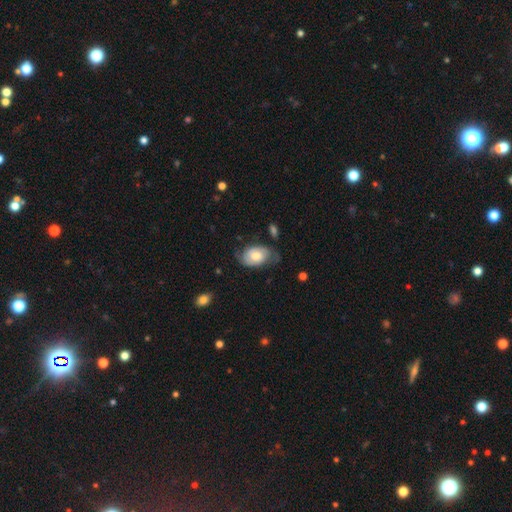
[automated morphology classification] Overall: smooth (49%; featured or disk 45%). Merging: none (53%; minor disturbance 30%).